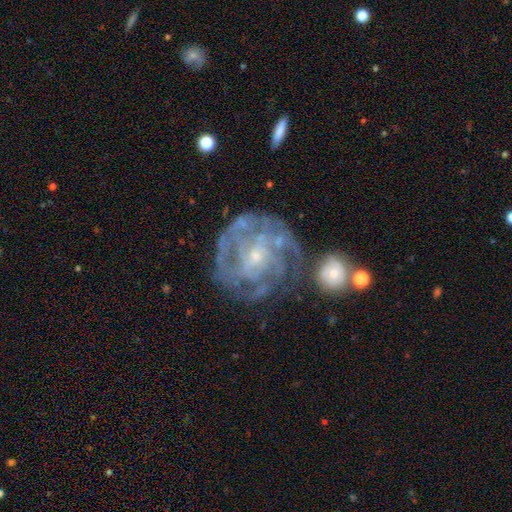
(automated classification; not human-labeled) A featured or disk galaxy (83%) with no bar (59%), tight (64%) spiral arms (87%) and a small central bulge (74%).

Vote fractions:
- Smooth or featured? featured or disk: 83% / smooth: 10% / star or artifact: 7%
- Edge-on disk? no: 97% / yes: 3%
- Bar? no: 59% / weak: 33% / strong: 9%
- Spiral arms? yes: 87% / no: 13%
- Spiral winding? tight: 64% / medium: 28% / loose: 9%
- Spiral arm count? can't tell: 41% / 4: 19% / 3: 17% / 2: 10% / more than 4: 8% / 1: 6%
- Bulge size? small: 74% / moderate: 18% / none: 5% / large: 2% / dominant: 1%
- Merging? none: 61% / minor disturbance: 18% / major disturbance: 13% / merger: 8%